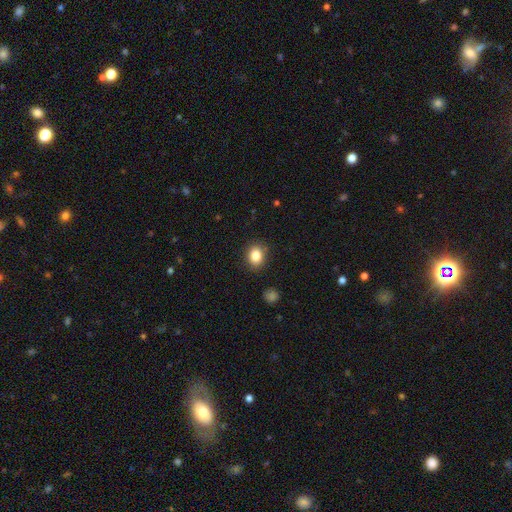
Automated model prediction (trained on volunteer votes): A smooth galaxy with no disk features (85%) that is round (51%). Merging: none (87%).